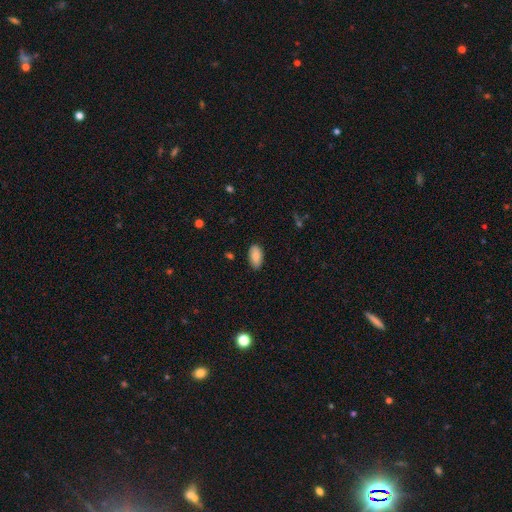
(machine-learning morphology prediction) Smooth or featured? smooth (85%)
How rounded? in between (94%)
Merging? none (86%)